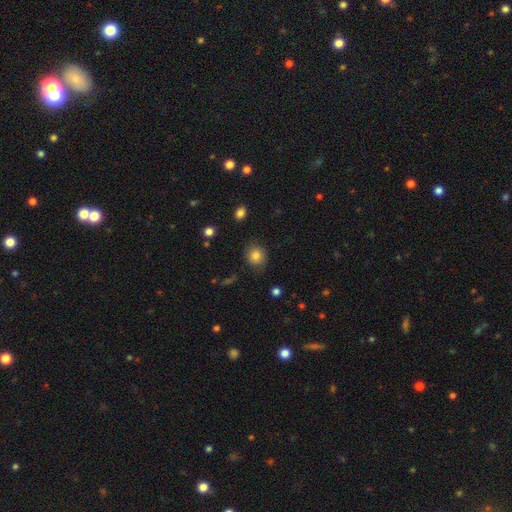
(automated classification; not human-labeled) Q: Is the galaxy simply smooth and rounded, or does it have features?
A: smooth — 82%.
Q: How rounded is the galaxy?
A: round — 78%.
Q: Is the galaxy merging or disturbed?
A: none — 78%.